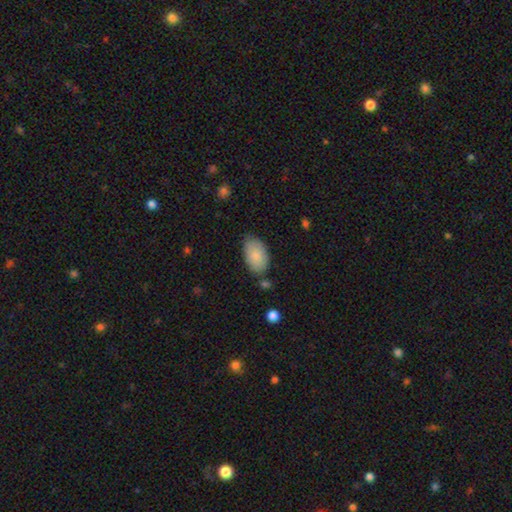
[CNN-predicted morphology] smooth 86%, featured or disk 8%, star or artifact 6%. Down the decision tree: how rounded — in between (94%); merging — none (73%).